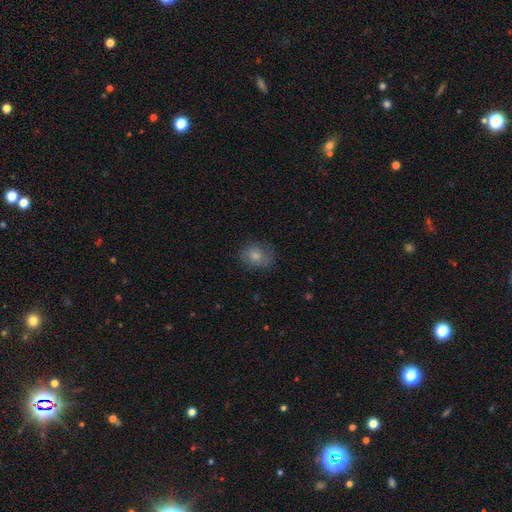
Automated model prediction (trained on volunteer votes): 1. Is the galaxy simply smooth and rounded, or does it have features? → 77% smooth, 14% featured or disk, 9% star or artifact.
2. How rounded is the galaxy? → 51% in between, 48% round, 1% cigar-shaped.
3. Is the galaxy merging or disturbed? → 76% none, 18% minor disturbance, 5% major disturbance, 1% merger.